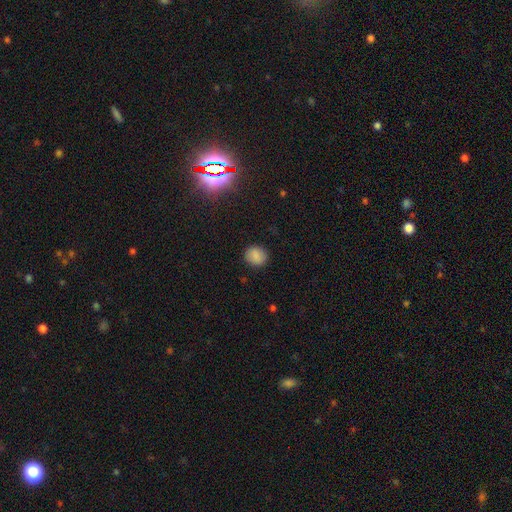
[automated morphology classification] This is clearly a smooth galaxy (84%). How rounded: likely round (76%). Merging: clearly none (88%).